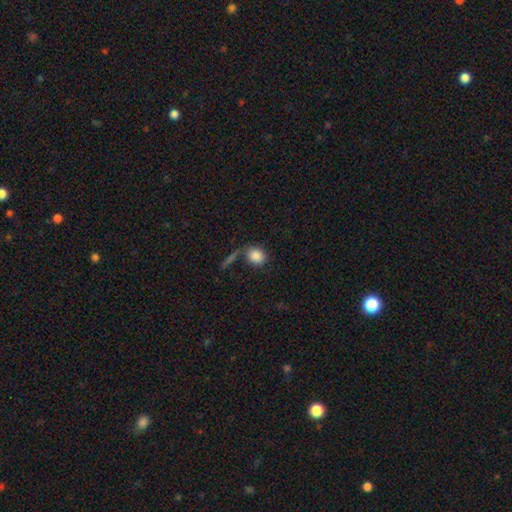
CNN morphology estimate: Q: Smooth or featured?
A: smooth (86%); runner-up: star or artifact (8%)
Q: How rounded?
A: round (61%); runner-up: in between (37%)
Q: Merging?
A: none (65%); runner-up: minor disturbance (14%)